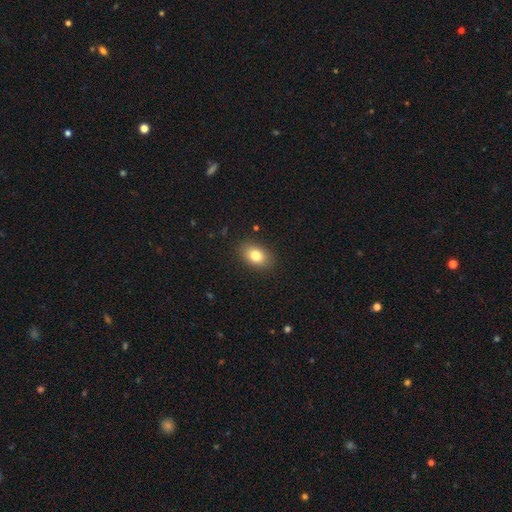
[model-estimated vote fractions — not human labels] The model was most divided on "how rounded": in between: 81%, round: 18%, cigar-shaped: 1%. More confident: merging — none (87%); smooth or featured — smooth (81%).